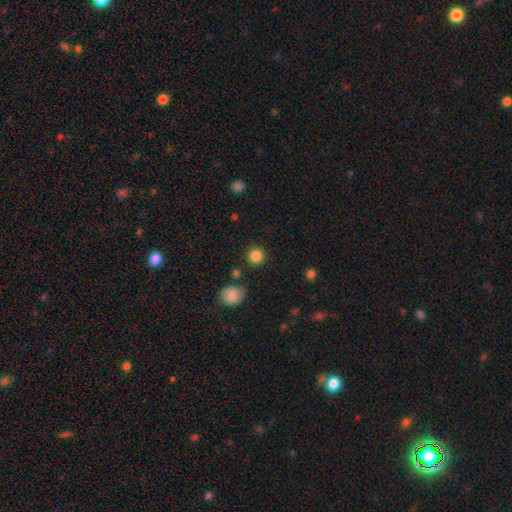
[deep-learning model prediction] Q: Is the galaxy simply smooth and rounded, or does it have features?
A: smooth — 86%.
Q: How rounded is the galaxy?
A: round — 94%.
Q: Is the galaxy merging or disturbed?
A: none — 87%.